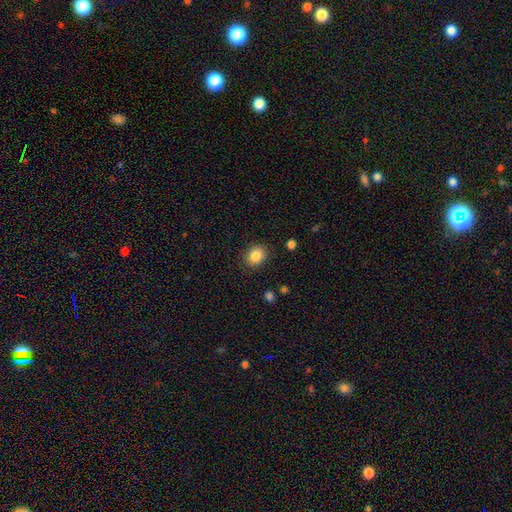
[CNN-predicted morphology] Smooth or featured? smooth (85%)
How rounded? round (59%)
Merging? none (88%)